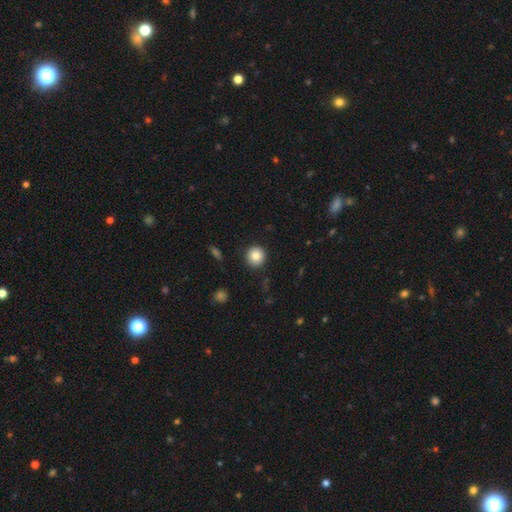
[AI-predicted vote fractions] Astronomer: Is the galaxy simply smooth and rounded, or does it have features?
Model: smooth — 85%.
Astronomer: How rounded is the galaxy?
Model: round — 95%.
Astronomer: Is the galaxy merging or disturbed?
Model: none — 91%.